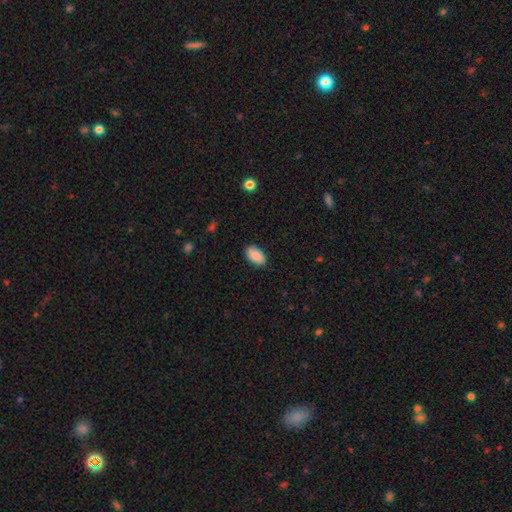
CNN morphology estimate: This is clearly a smooth galaxy (89%). How rounded: clearly in between (94%). Merging: clearly none (86%).